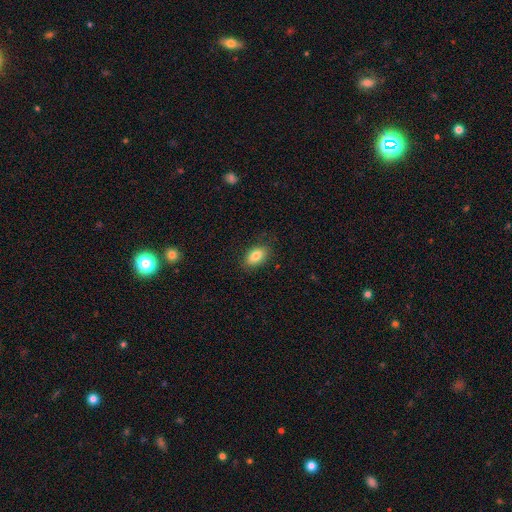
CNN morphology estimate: This is clearly a smooth galaxy (82%). How rounded: clearly in between (90%). Merging: clearly none (84%).